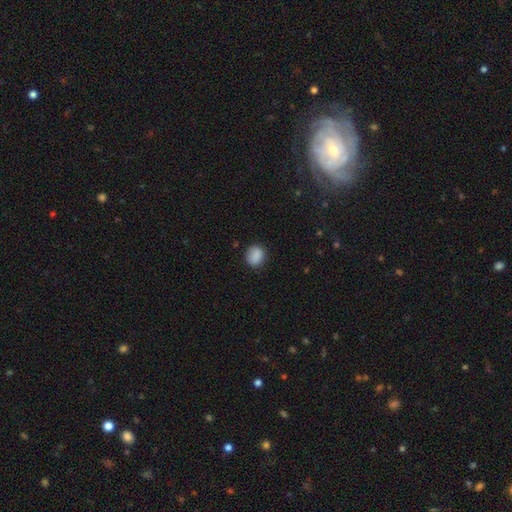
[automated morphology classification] Overall: smooth (88%). How rounded: round (57%; in between 42%). Merging: none (82%).